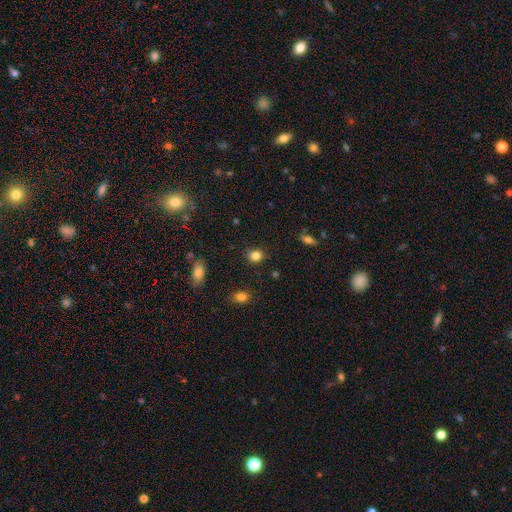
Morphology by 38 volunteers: type=smooth (87%); roundness=round (76%); merging=none (85%).